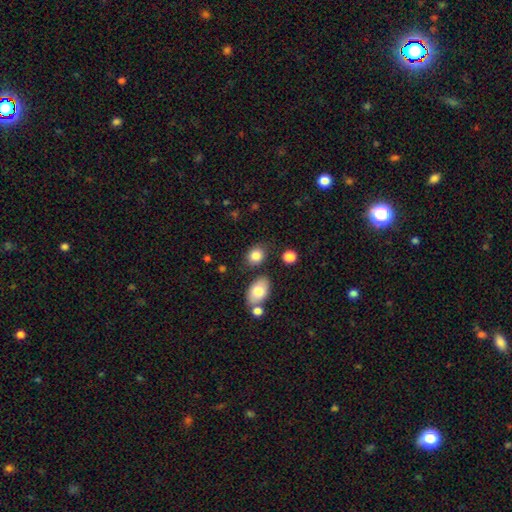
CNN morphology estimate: smooth_or_featured: smooth (p=0.84) [alt: star or artifact p=0.09]
how_rounded: in between (p=0.52) [alt: round p=0.47]
merging: none (p=0.75) [alt: minor disturbance p=0.13]